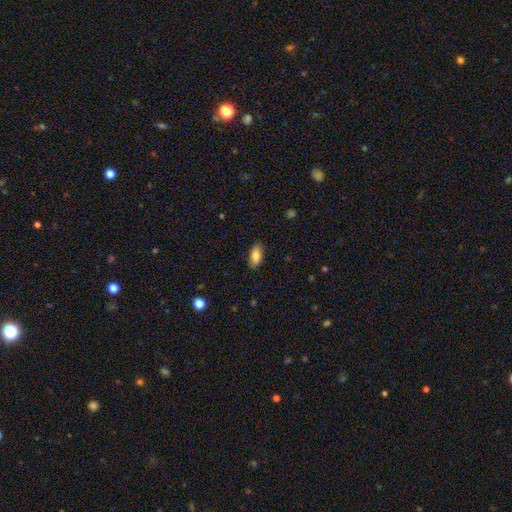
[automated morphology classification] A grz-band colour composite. It shows a smooth galaxy with no disk features (84%) that is in between round and cigar-shaped (89%). Merging: none (86%).